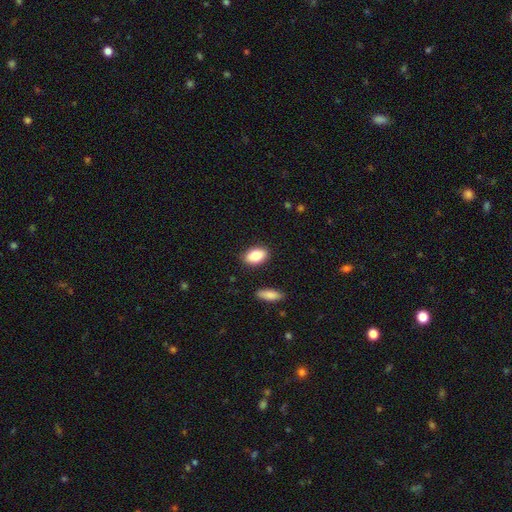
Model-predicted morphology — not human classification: This appears to be a smooth galaxy with no disk features (85%) that is in between round and cigar-shaped (89%). Merging: none (87%).